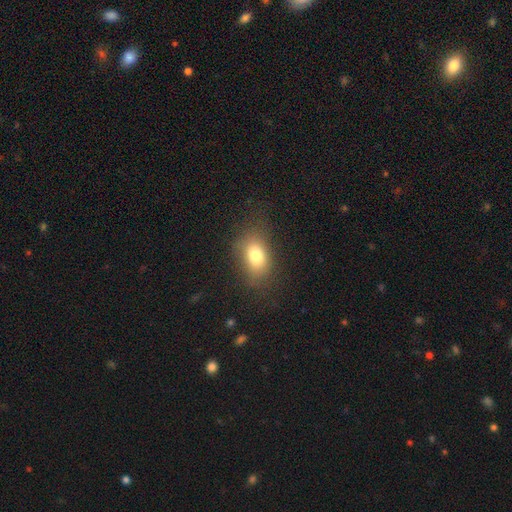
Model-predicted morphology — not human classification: smooth-or-featured: smooth: 77% | featured or disk: 12% | star or artifact: 11%
  how-rounded: in between: 78% | round: 20% | cigar-shaped: 2%
  merging: none: 74% | minor disturbance: 17% | major disturbance: 8% | merger: 1%